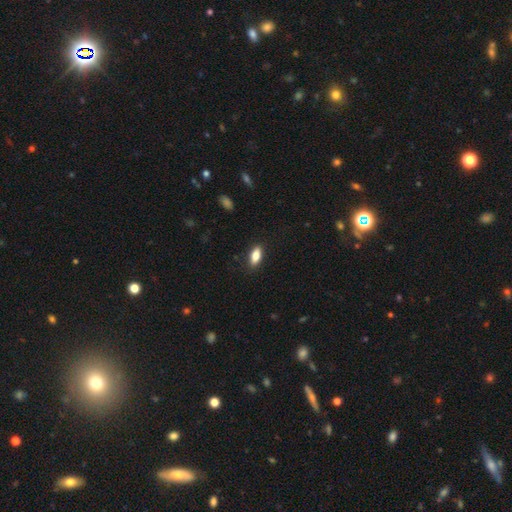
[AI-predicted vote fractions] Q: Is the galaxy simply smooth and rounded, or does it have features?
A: smooth — 83%.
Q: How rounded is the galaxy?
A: in between — 81%.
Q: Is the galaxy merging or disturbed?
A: none — 86%.